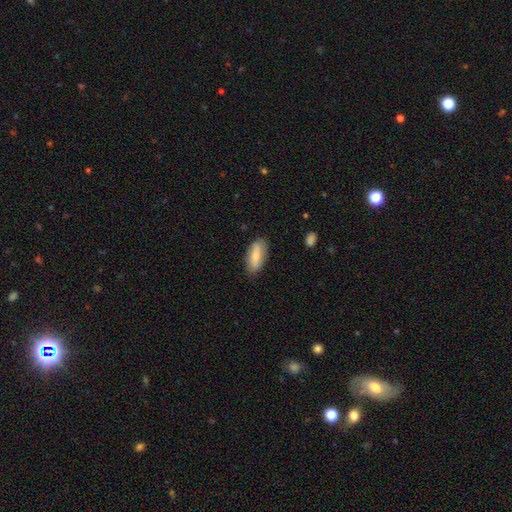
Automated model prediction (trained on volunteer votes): Overall: smooth (71%). How rounded: in between (80%). Merging: none (81%).